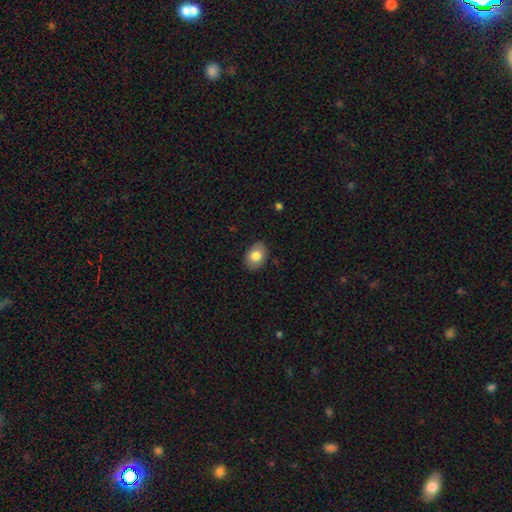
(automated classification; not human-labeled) smooth-or-featured: smooth: 81% | featured or disk: 11% | star or artifact: 7%
  how-rounded: in between: 79% | round: 20% | cigar-shaped: 1%
  merging: none: 86% | minor disturbance: 11% | major disturbance: 2% | merger: 1%